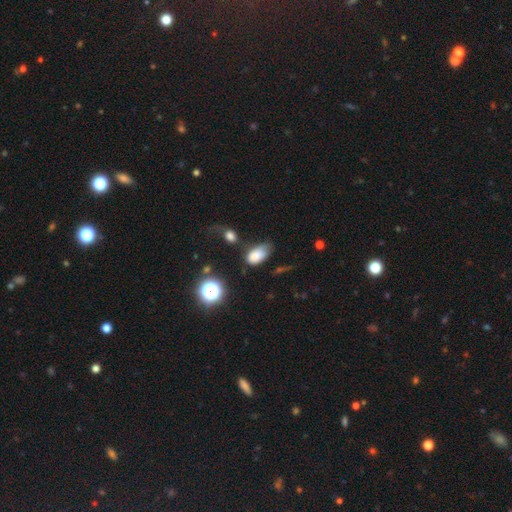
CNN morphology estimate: smooth-or-featured: smooth: 80% | star or artifact: 11% | featured or disk: 9%
  how-rounded: in between: 89% | round: 9% | cigar-shaped: 2%
  merging: minor disturbance: 36% | none: 35% | major disturbance: 21% | merger: 8%